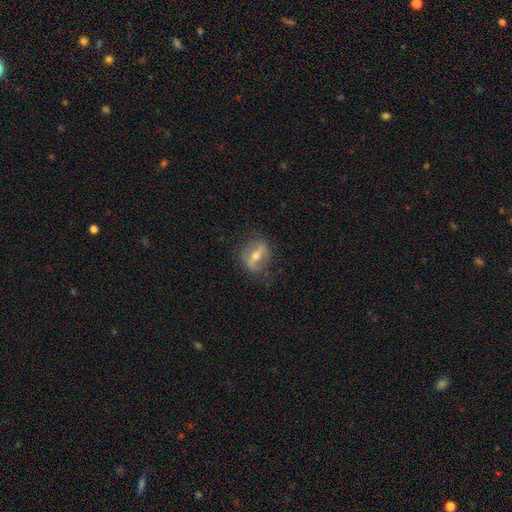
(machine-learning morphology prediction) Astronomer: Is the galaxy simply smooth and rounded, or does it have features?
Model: featured or disk — 67%.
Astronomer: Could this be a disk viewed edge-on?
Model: no — 80%.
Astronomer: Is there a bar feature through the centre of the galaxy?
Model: strong — 67%.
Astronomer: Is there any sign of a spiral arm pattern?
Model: no — 56% (runner-up: yes, 44%).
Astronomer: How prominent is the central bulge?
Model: moderate — 62%.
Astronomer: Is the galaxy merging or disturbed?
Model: none — 74%.